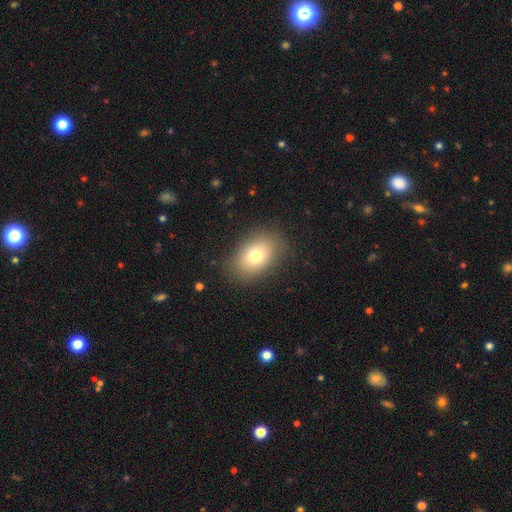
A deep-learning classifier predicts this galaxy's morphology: smooth_or_featured: smooth (p=0.77) [alt: featured or disk p=0.14]
how_rounded: in between (p=0.82) [alt: round p=0.17]
merging: none (p=0.84) [alt: minor disturbance p=0.11]